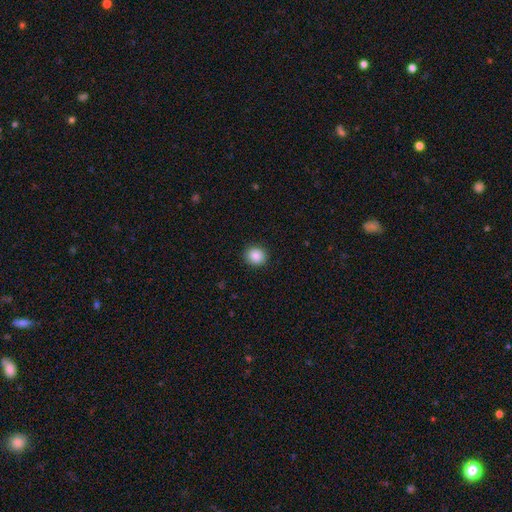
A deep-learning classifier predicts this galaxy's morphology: Overall: smooth (88%). How rounded: round (85%). Merging: none (91%).